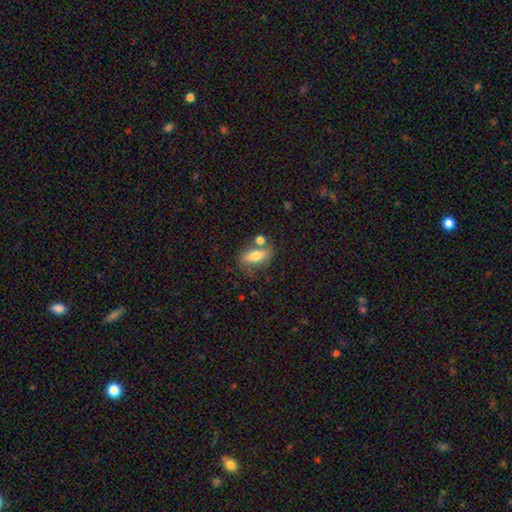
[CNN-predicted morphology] Smooth or featured? smooth (65%)
How rounded? in between (76%)
Merging? none (58%)